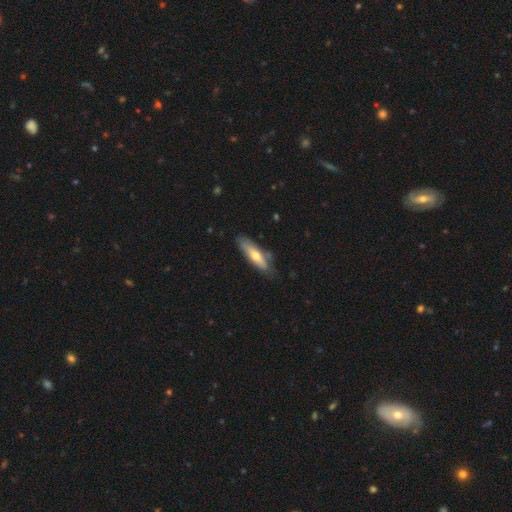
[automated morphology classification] Smooth or featured: smooth — 59% (featured or disk — 35%)
How rounded: cigar-shaped — 60% (in between — 38%)
Merging: none — 74% (minor disturbance — 19%)